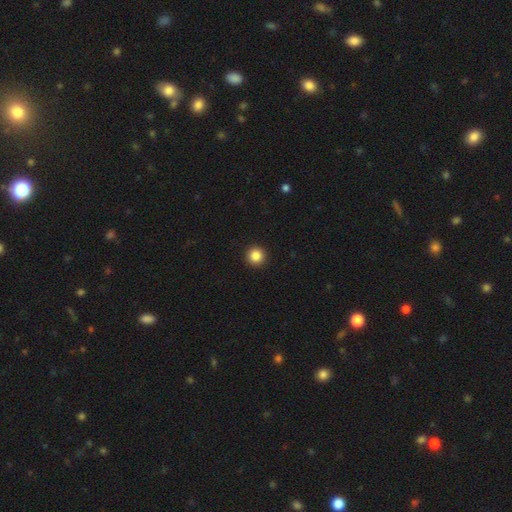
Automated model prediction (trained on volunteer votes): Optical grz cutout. It shows a smooth galaxy with no disk features (86%) that is round (96%). Merging: none (94%).